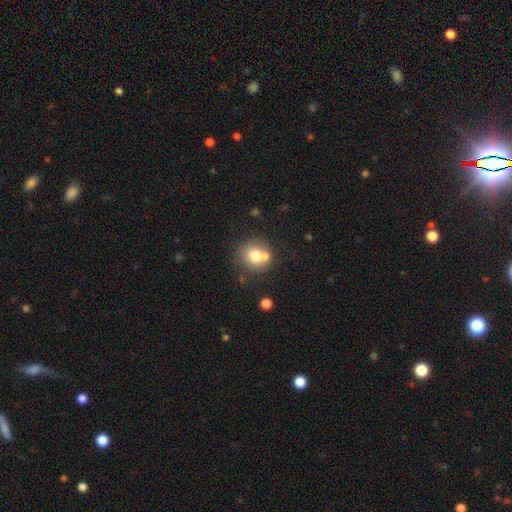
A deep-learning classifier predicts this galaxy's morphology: Overall: smooth (72%). How rounded: round (83%). Merging: none (55%; merger 32%).